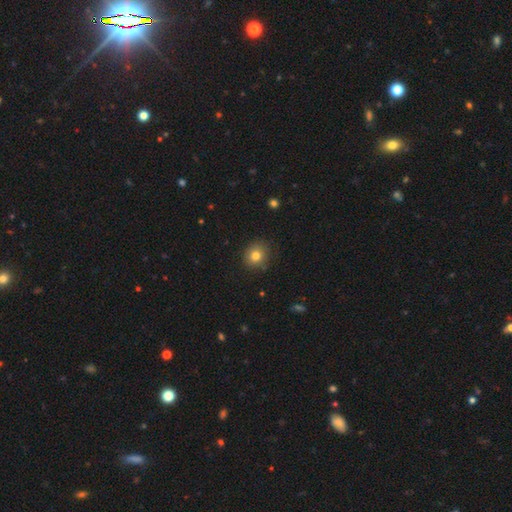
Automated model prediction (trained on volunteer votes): The model was most divided on "how rounded": round: 82%, in between: 17%, cigar-shaped: 1%. More confident: merging — none (86%); smooth or featured — smooth (79%).